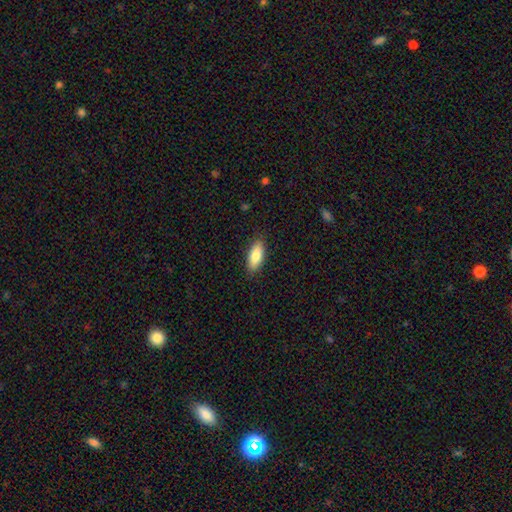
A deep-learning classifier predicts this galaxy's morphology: Smooth or featured: smooth — 82% (featured or disk — 12%)
How rounded: in between — 78% (cigar-shaped — 20%)
Merging: none — 88% (minor disturbance — 9%)